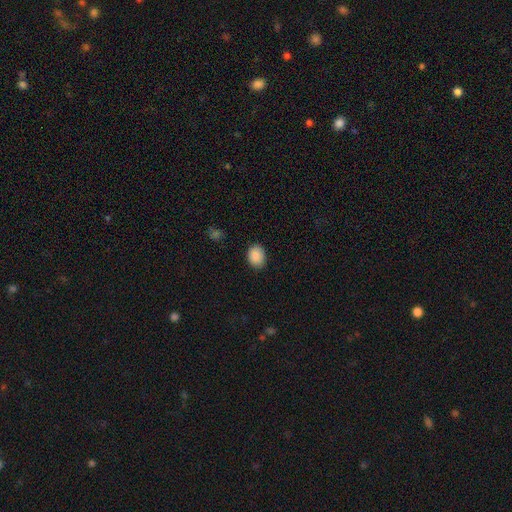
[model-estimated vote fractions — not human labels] This is clearly a smooth galaxy (89%). How rounded: likely in between (62%). Merging: clearly none (86%).